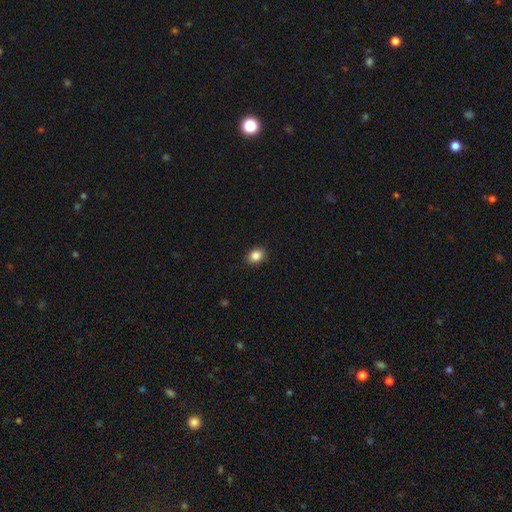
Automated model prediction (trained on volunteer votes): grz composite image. It shows a smooth galaxy with no disk features (86%) that is in between round and cigar-shaped (58%). Merging: none (90%).